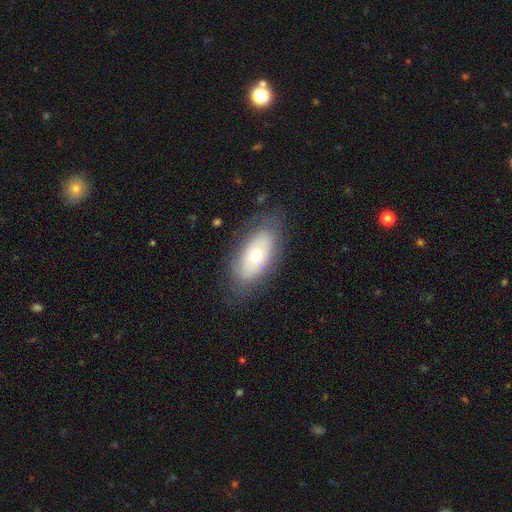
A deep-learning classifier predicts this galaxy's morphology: smooth_or_featured: smooth (p=0.57) [alt: featured or disk p=0.36]
how_rounded: in between (p=0.91) [alt: cigar-shaped p=0.05]
merging: none (p=0.78) [alt: minor disturbance p=0.16]